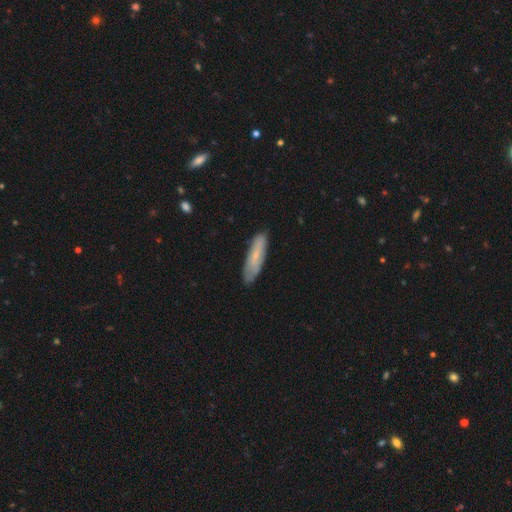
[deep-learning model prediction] smooth-or-featured: smooth: 60% | featured or disk: 33% | star or artifact: 7%
  how-rounded: cigar-shaped: 66% | in between: 33% | round: 2%
  merging: none: 81% | minor disturbance: 15% | major disturbance: 3% | merger: 1%